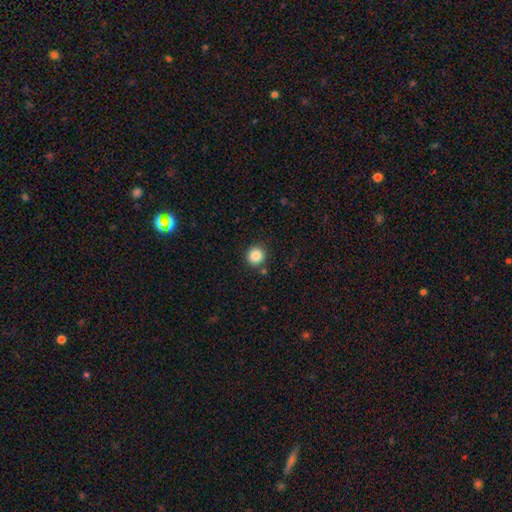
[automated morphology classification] Overall: smooth (87%). How rounded: round (93%). Merging: none (87%).